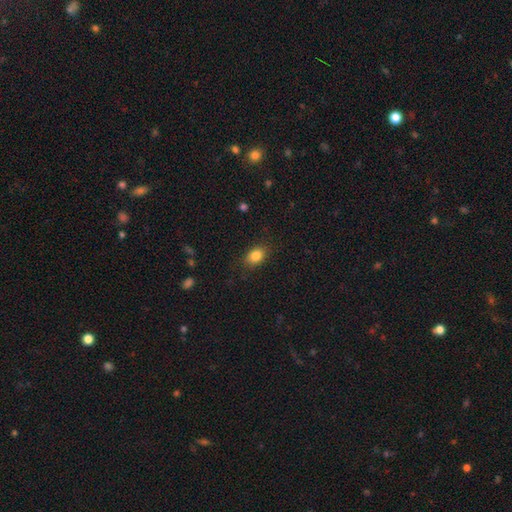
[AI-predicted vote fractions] Q: Smooth or featured?
A: smooth (84%); runner-up: star or artifact (9%)
Q: How rounded?
A: in between (76%); runner-up: round (22%)
Q: Merging?
A: none (84%); runner-up: minor disturbance (12%)